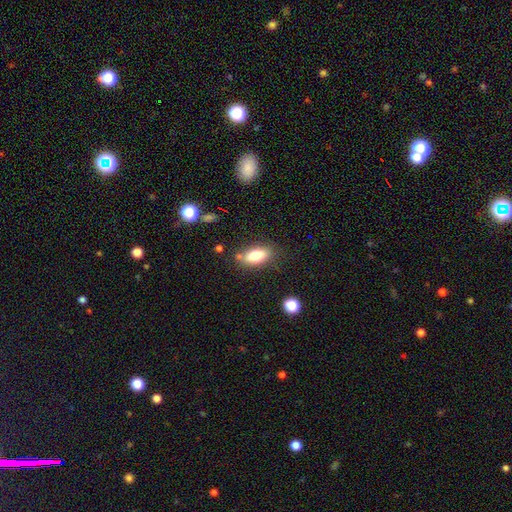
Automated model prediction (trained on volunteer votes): smooth_or_featured: smooth (p=0.77) [alt: featured or disk p=0.15]
how_rounded: in between (p=0.85) [alt: cigar-shaped p=0.11]
merging: none (p=0.77) [alt: minor disturbance p=0.14]